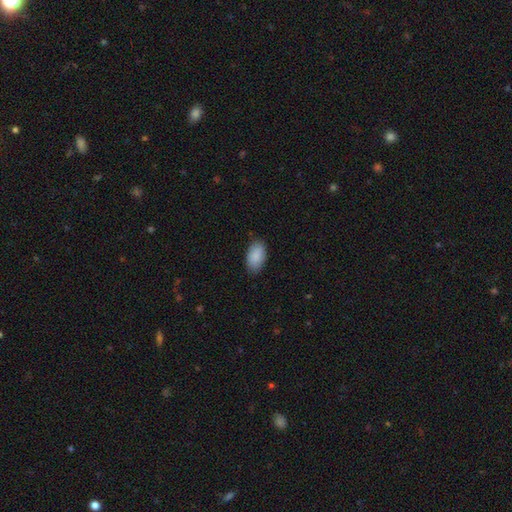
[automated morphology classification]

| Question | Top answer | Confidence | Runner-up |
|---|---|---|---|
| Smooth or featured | smooth | 90% | star or artifact (6%) |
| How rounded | in between | 95% | round (4%) |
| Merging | none | 85% | minor disturbance (11%) |